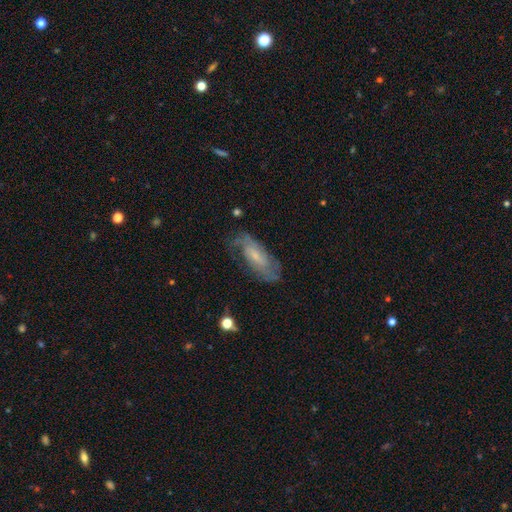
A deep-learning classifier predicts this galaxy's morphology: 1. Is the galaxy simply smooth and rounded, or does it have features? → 68% featured or disk, 25% smooth, 7% star or artifact.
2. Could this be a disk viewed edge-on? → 89% no, 11% yes.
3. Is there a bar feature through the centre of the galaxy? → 51% no, 39% weak, 10% strong.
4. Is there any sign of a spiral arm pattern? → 88% yes, 12% no.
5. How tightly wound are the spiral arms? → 42% medium, 39% tight, 19% loose.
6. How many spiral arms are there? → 53% 2, 29% can't tell, 7% 1, 6% 3, 2% 4, 2% more than 4.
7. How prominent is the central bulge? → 56% small, 27% moderate, 12% none, 4% large, 1% dominant.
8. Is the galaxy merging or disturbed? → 64% none, 22% minor disturbance, 13% major disturbance, 2% merger.